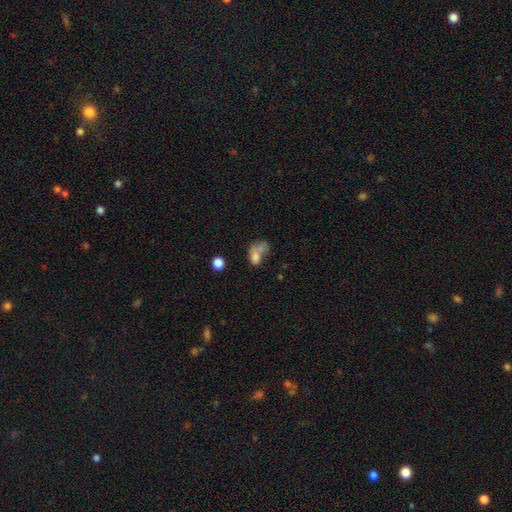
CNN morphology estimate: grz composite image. It shows a smooth galaxy with no disk features (68%) that is in between round and cigar-shaped (74%). Merging: merger (51%).